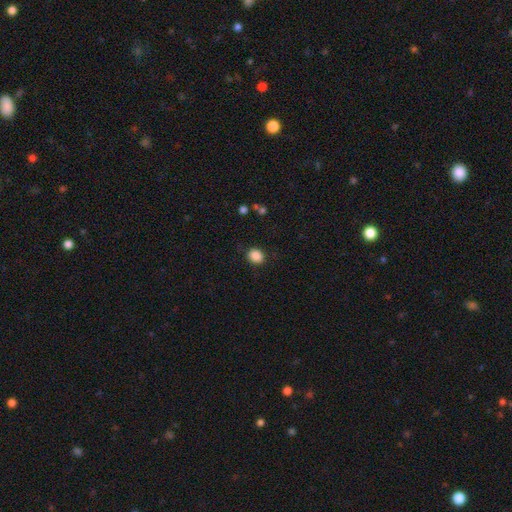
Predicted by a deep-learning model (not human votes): This appears to be a smooth galaxy with no disk features (88%) that is round (63%). Merging: none (86%).